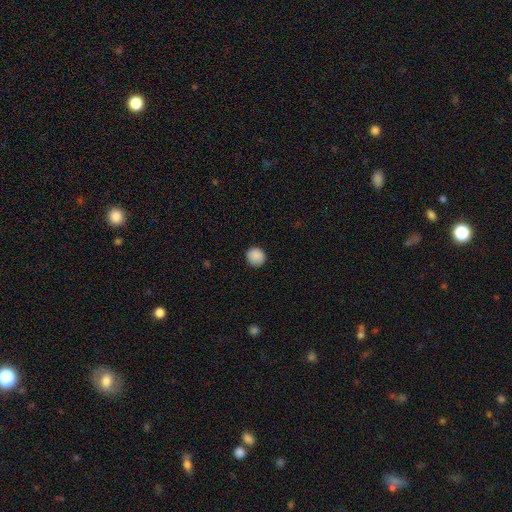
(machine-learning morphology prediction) Smooth or featured? smooth (89%)
How rounded? round (92%)
Merging? none (90%)